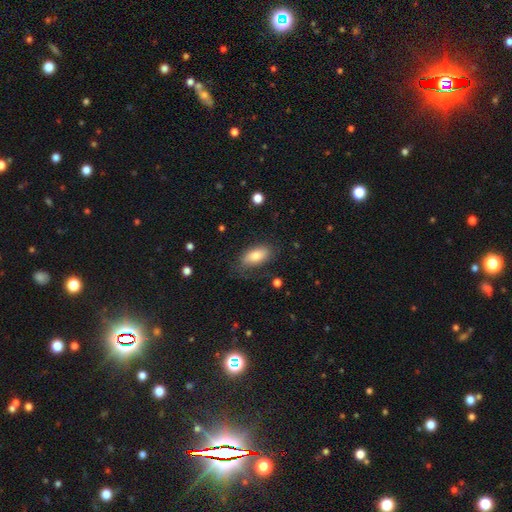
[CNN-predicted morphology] Overall: smooth (75%). How rounded: in between (88%). Merging: none (70%).